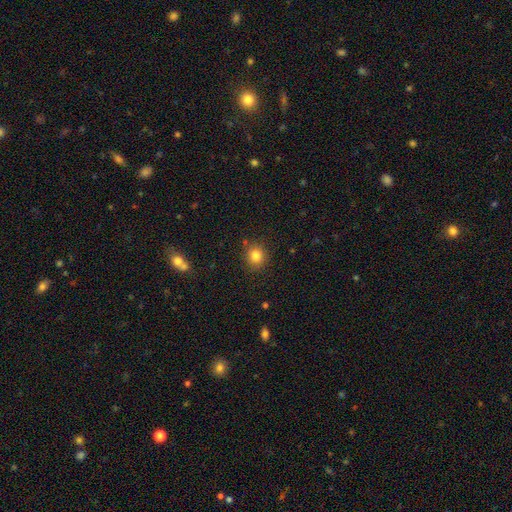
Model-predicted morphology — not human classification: A smooth galaxy with no disk features (83%) that is round (85%).

Vote fractions:
- Smooth or featured? smooth: 83% / star or artifact: 12% / featured or disk: 5%
- How rounded? round: 85% / in between: 14% / cigar-shaped: 1%
- Merging? none: 86% / minor disturbance: 9% / major disturbance: 3% / merger: 3%